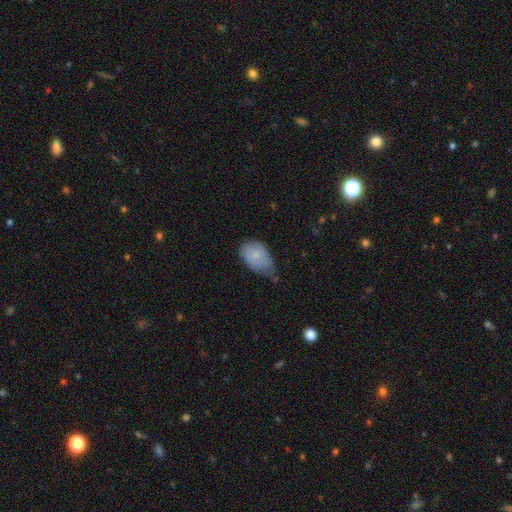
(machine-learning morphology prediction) Smooth or featured? Predicted: smooth (p=0.79). How rounded? Predicted: in between (p=0.88). Merging? Predicted: minor disturbance (p=0.49).